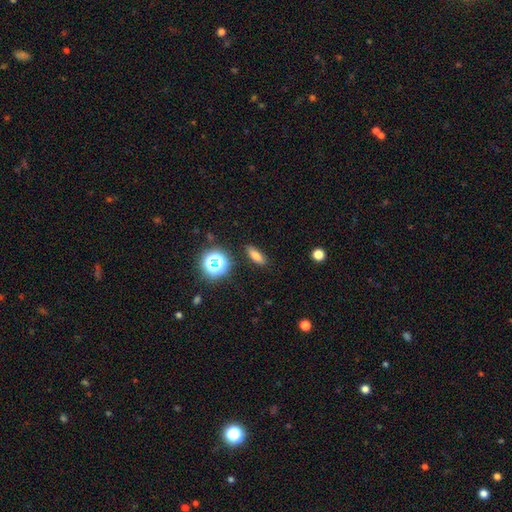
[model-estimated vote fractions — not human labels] smooth 71%, star or artifact 16%, featured or disk 13%. Down the decision tree: how rounded — in between (55%); merging — none (88%).